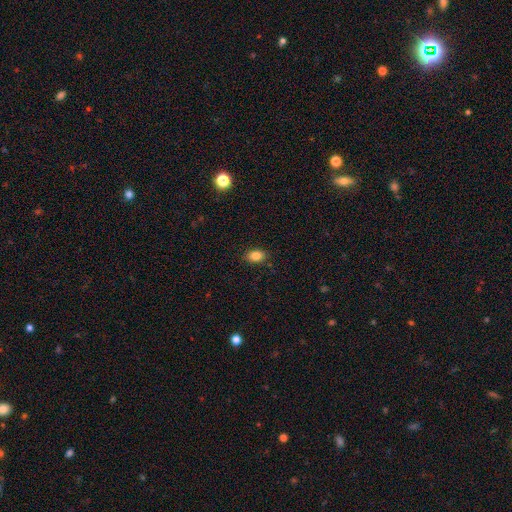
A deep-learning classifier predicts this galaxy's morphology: smooth 85%, star or artifact 10%, featured or disk 6%. Down the decision tree: how rounded — in between (80%); merging — none (88%).